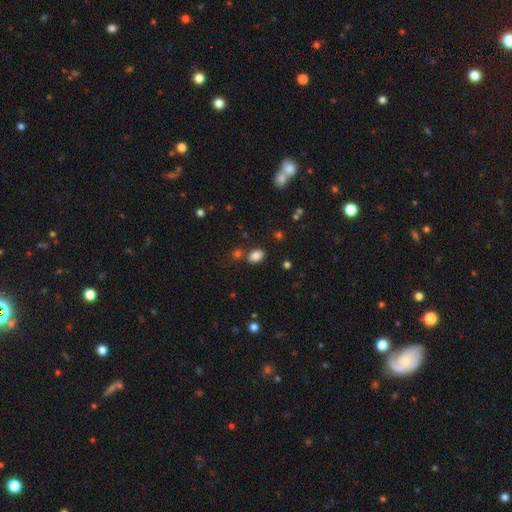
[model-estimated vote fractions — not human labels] smooth-or-featured: smooth: 83% | star or artifact: 12% | featured or disk: 5%
  how-rounded: in between: 81% | round: 18% | cigar-shaped: 1%
  merging: none: 75% | minor disturbance: 12% | merger: 10% | major disturbance: 4%